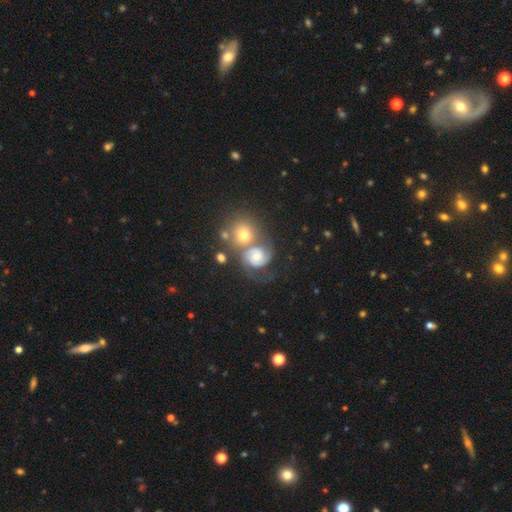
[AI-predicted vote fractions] smooth_or_featured: featured or disk (p=0.70) [alt: smooth p=0.20]
disk_edge_on: no (p=0.98) [alt: yes p=0.02]
bar: no (p=0.69) [alt: weak p=0.25]
has_spiral_arms: yes (p=0.90) [alt: no p=0.10]
spiral_winding: medium (p=0.44) [alt: tight p=0.41]
spiral_arm_count: 2 (p=0.68) [alt: 1 p=0.15]
bulge_size: moderate (p=0.54) [alt: small p=0.32]
merging: merger (p=0.47) [alt: none p=0.31]